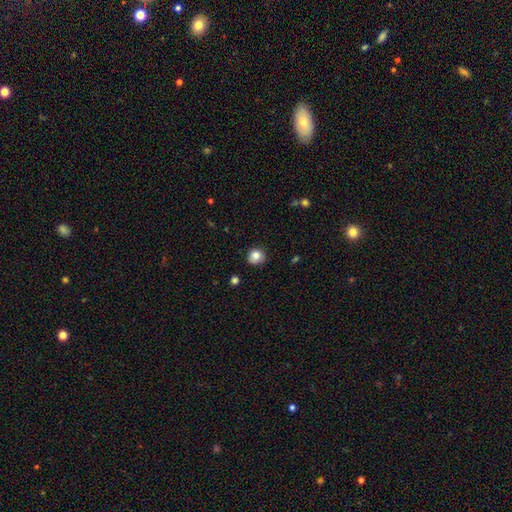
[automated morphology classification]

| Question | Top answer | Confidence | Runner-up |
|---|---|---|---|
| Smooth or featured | smooth | 83% | star or artifact (10%) |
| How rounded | round | 87% | in between (12%) |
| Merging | none | 80% | minor disturbance (16%) |